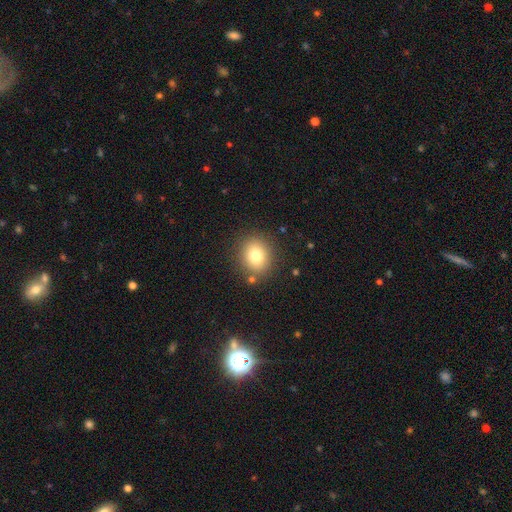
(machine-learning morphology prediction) This is likely a smooth galaxy (78%). How rounded: likely round (74%). Merging: clearly none (85%).